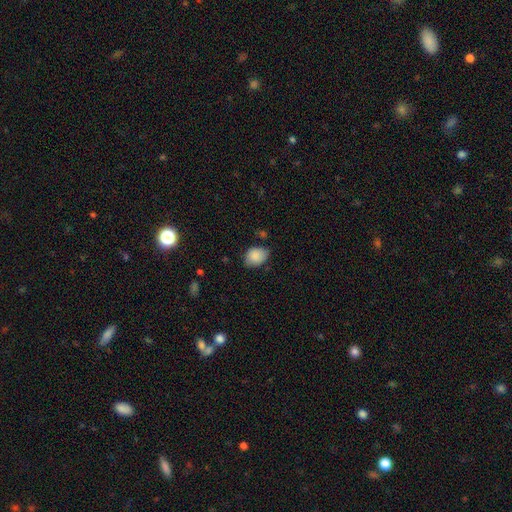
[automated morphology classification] smooth 87%, star or artifact 8%, featured or disk 6%. Down the decision tree: how rounded — in between (68%); merging — none (64%).